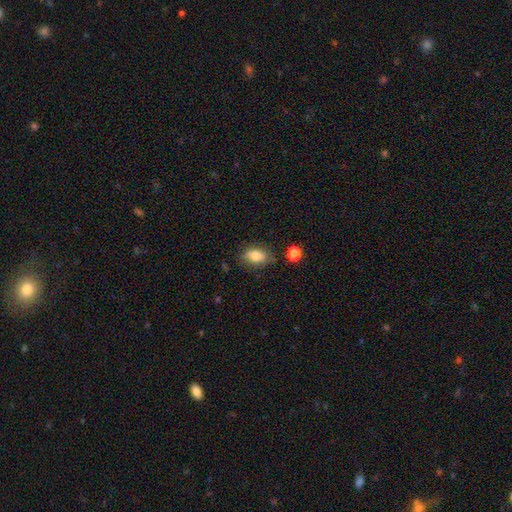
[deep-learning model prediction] Smooth or featured?
  - smooth: 81% *
  - featured or disk: 11%
  - star or artifact: 8%
How rounded?
  - in between: 86% *
  - round: 11%
  - cigar-shaped: 3%
Merging?
  - none: 77% *
  - minor disturbance: 15%
  - major disturbance: 4%
  - merger: 4%